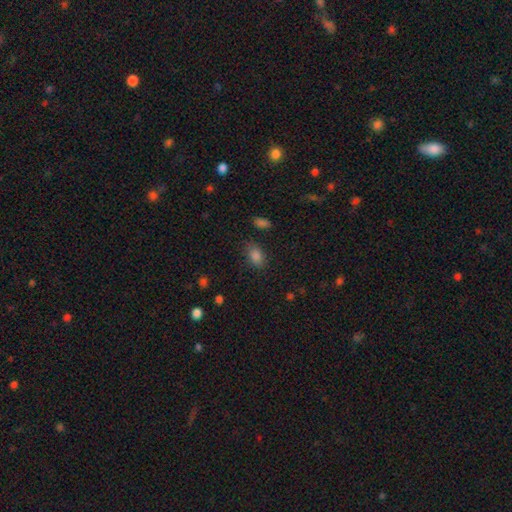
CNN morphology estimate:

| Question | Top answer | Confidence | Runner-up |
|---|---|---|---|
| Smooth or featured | smooth | 83% | star or artifact (12%) |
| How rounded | in between | 84% | round (14%) |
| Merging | none | 78% | minor disturbance (15%) |